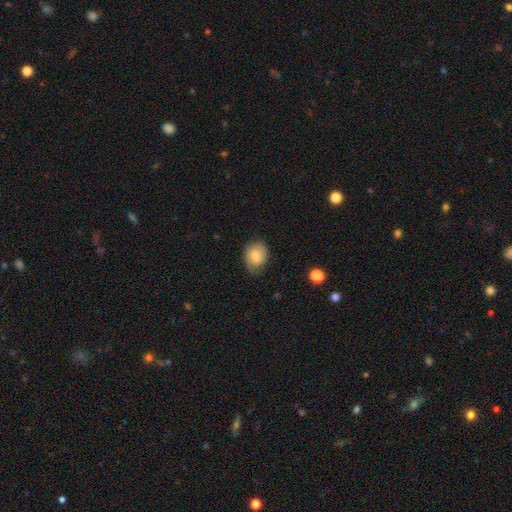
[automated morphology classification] smooth_or_featured: smooth (p=0.63) [alt: featured or disk p=0.29]
how_rounded: in between (p=0.53) [alt: round p=0.46]
merging: none (p=0.68) [alt: minor disturbance p=0.24]